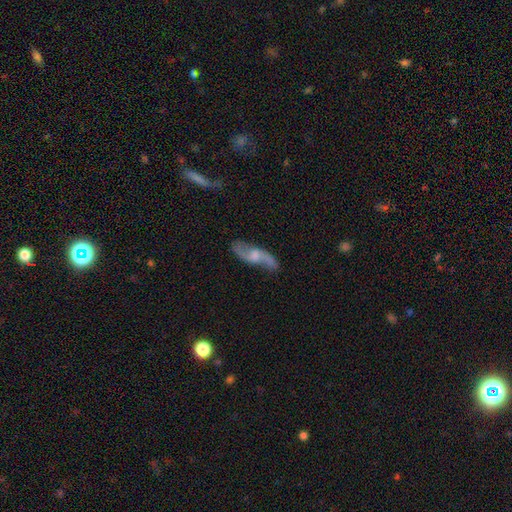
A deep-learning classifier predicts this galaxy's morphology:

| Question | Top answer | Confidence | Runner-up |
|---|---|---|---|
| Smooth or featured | featured or disk | 76% | smooth (18%) |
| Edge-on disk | no | 86% | yes (14%) |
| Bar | no | 49% | weak (41%) |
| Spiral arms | yes | 92% | no (8%) |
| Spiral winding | loose | 70% | medium (23%) |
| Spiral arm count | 2 | 91% | can't tell (4%) |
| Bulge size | moderate | 45% | small (33%) |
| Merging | none | 76% | minor disturbance (16%) |